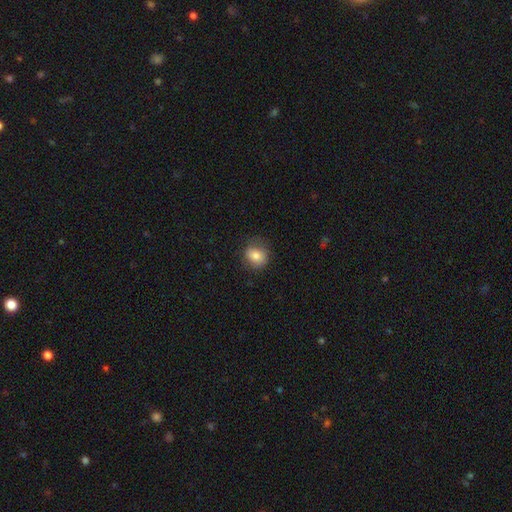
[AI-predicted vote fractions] This is likely a smooth galaxy (79%). How rounded: likely round (68%). Merging: likely none (77%).